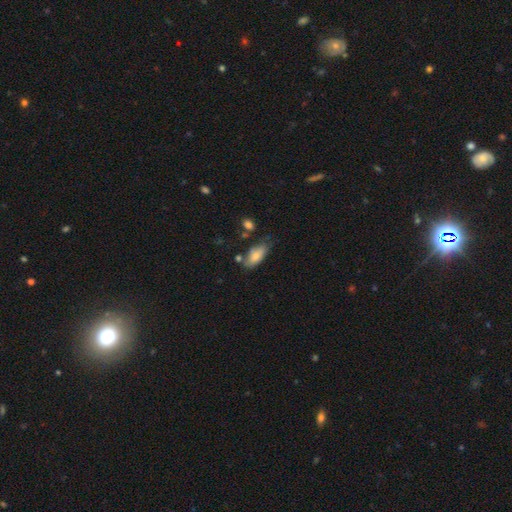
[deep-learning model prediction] This is likely a smooth galaxy (77%). How rounded: clearly in between (88%). Merging: possibly none (56%).